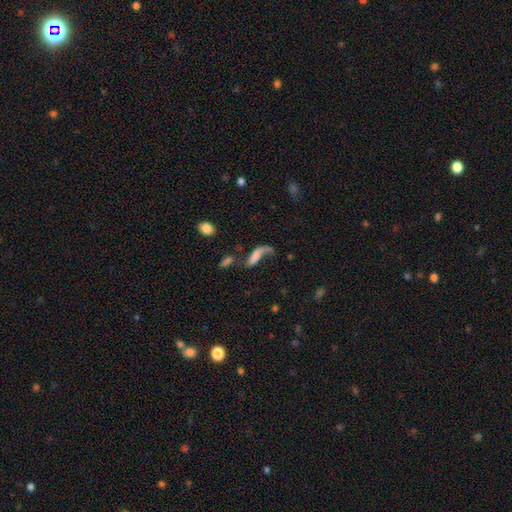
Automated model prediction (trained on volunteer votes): smooth-or-featured: smooth: 46% | featured or disk: 43% | star or artifact: 11%
  merging: major disturbance: 37% | none: 28% | merger: 19% | minor disturbance: 16%